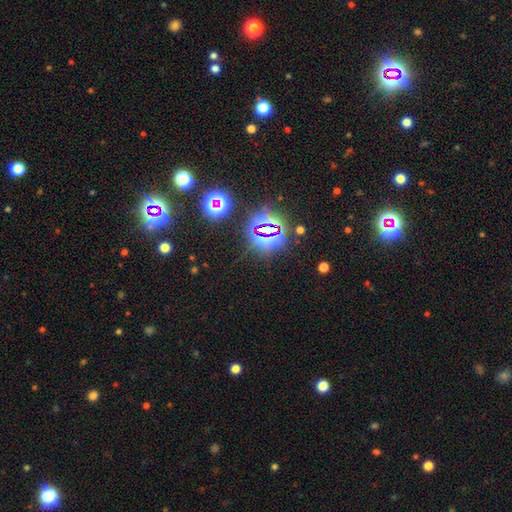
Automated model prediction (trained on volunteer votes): This is likely a star or artifact rather than a galaxy (79%).